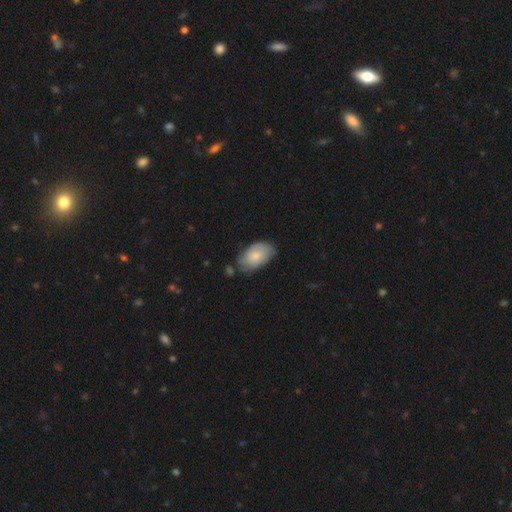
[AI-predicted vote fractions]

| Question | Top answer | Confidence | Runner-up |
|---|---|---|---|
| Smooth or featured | smooth | 74% | featured or disk (20%) |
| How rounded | in between | 94% | round (4%) |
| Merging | none | 67% | minor disturbance (24%) |